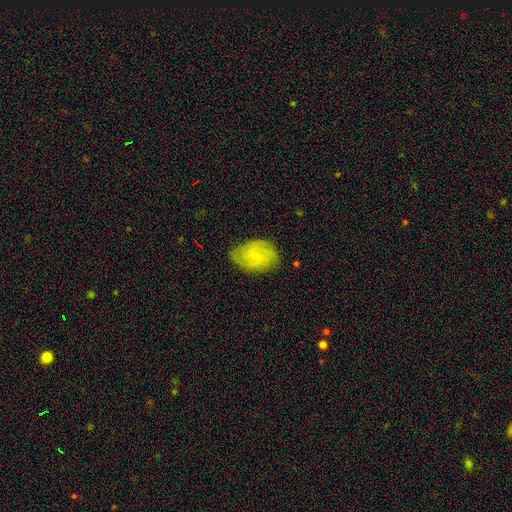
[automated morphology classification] type=featured or disk (56%); edge-on=no (96%); bar=no (51%); spiral arms=yes (83%); bulge=small (72%); merging=none (76%).